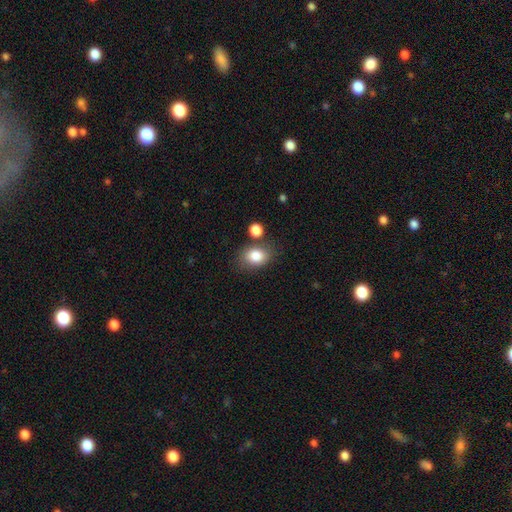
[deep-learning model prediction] smooth-or-featured: smooth: 83% | star or artifact: 9% | featured or disk: 8%
  how-rounded: in between: 64% | round: 35% | cigar-shaped: 1%
  merging: none: 69% | minor disturbance: 15% | merger: 11% | major disturbance: 5%